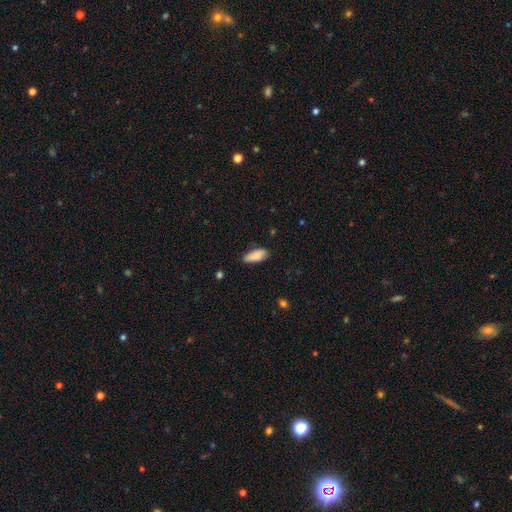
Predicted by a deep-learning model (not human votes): Q: Smooth or featured?
A: smooth (87%); runner-up: featured or disk (7%)
Q: How rounded?
A: in between (78%); runner-up: cigar-shaped (20%)
Q: Merging?
A: none (79%); runner-up: minor disturbance (17%)